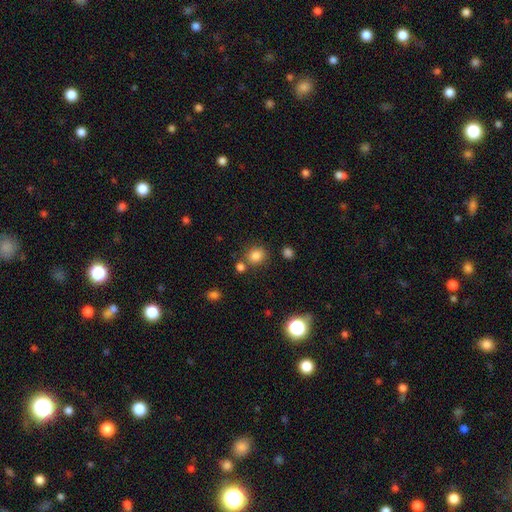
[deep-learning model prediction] smooth 82%, star or artifact 13%, featured or disk 6%. Down the decision tree: how rounded — round (73%); merging — none (73%).